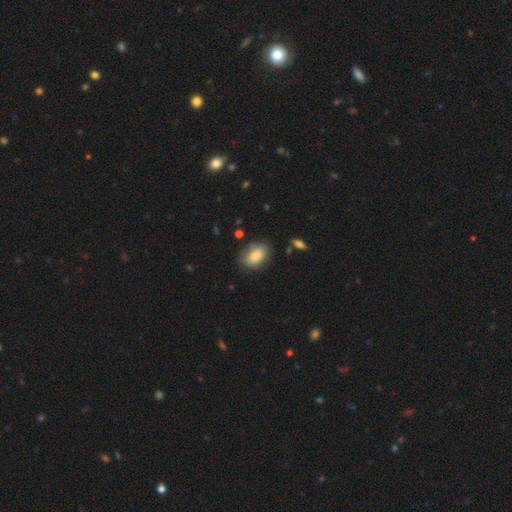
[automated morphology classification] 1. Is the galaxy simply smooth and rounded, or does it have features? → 80% smooth, 13% featured or disk, 7% star or artifact.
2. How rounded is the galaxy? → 85% in between, 14% round, 2% cigar-shaped.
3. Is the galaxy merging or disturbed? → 72% none, 20% minor disturbance, 5% major disturbance, 3% merger.